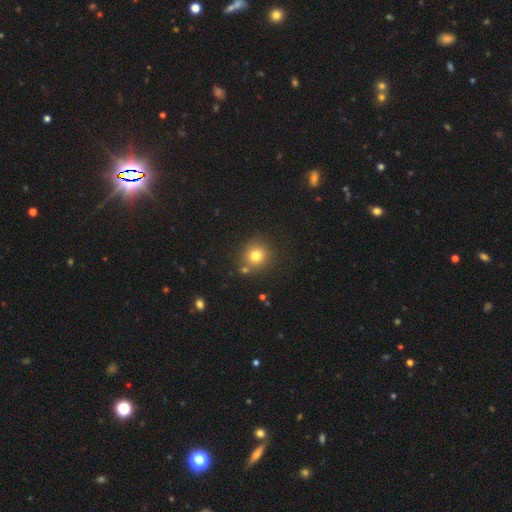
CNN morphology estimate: Smooth or featured: smooth — 79% (star or artifact — 13%)
How rounded: round — 91% (in between — 8%)
Merging: none — 80% (minor disturbance — 9%)